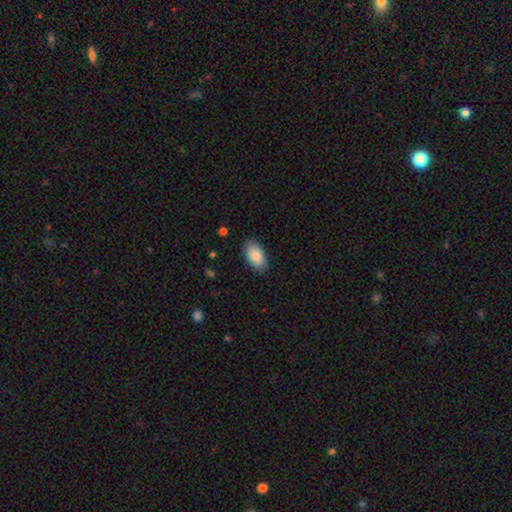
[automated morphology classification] The model was most divided on "merging": none: 86%, minor disturbance: 11%, major disturbance: 2%, merger: 1%. More confident: how rounded — in between (94%); smooth or featured — smooth (87%).